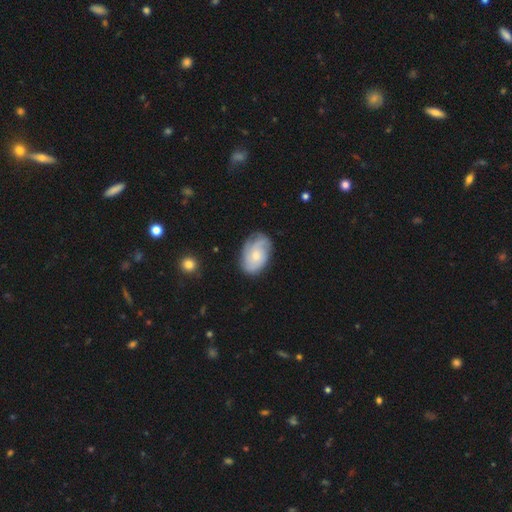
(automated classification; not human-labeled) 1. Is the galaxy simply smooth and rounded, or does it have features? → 55% featured or disk, 39% smooth, 6% star or artifact.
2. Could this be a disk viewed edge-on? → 96% no, 4% yes.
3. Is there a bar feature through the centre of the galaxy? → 76% no, 21% weak, 3% strong.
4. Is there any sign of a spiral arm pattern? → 86% yes, 14% no.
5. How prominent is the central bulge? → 53% small, 41% moderate, 3% none, 3% large, 1% dominant.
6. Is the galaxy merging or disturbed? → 68% none, 24% minor disturbance, 7% major disturbance, 2% merger.